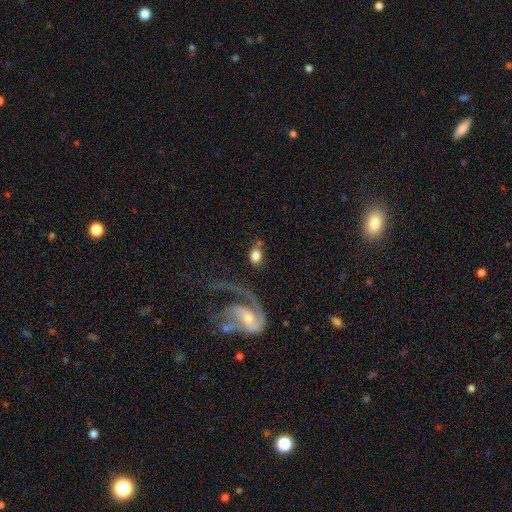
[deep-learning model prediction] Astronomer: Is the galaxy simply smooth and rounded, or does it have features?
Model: smooth — 70%.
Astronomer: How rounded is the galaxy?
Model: in between — 75%.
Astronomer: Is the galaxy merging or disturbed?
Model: none — 50%.